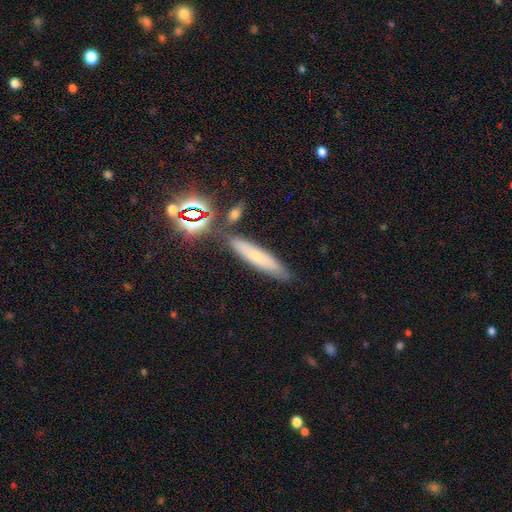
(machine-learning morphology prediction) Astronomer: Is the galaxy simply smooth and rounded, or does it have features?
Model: smooth — 59%.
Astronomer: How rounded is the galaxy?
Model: cigar-shaped — 84%.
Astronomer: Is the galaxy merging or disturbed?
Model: none — 79%.